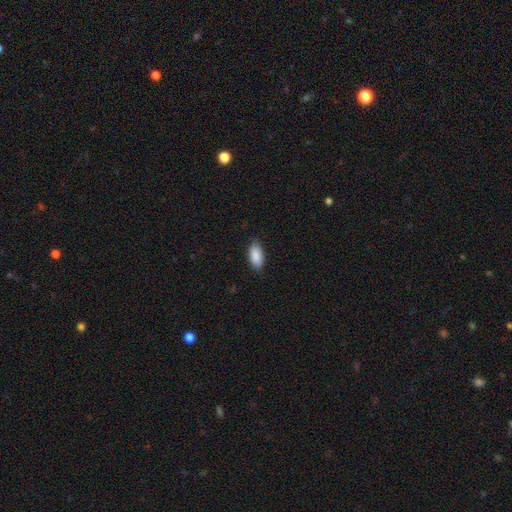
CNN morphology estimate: smooth-or-featured: smooth: 90% | star or artifact: 6% | featured or disk: 4%
  how-rounded: in between: 92% | cigar-shaped: 5% | round: 2%
  merging: none: 84% | minor disturbance: 12% | major disturbance: 2% | merger: 1%